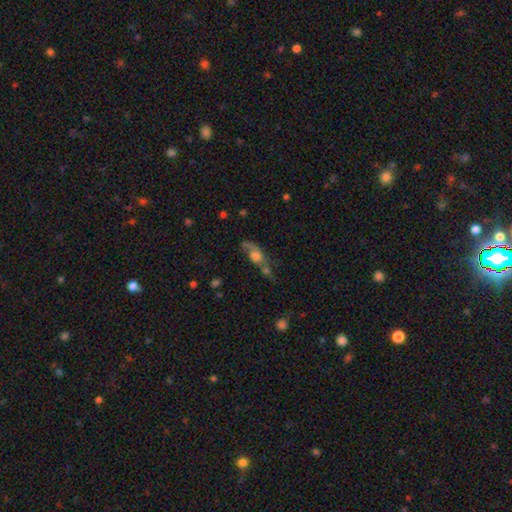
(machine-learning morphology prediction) This appears to be a featured or disk galaxy (44%, tied with smooth). Merging: merger (32%).